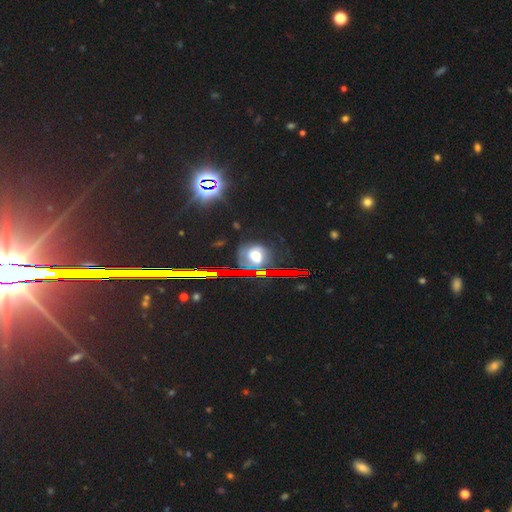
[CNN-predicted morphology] A star or artifact, not a galaxy (34%).